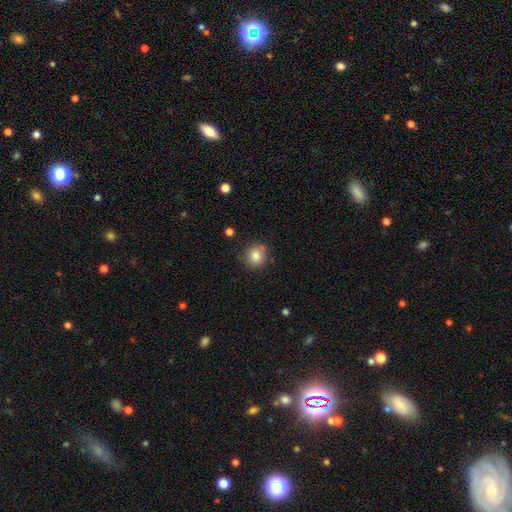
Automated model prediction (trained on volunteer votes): Smooth or featured? Predicted: smooth (p=0.84). How rounded? Predicted: round (p=0.89). Merging? Predicted: none (p=0.82).